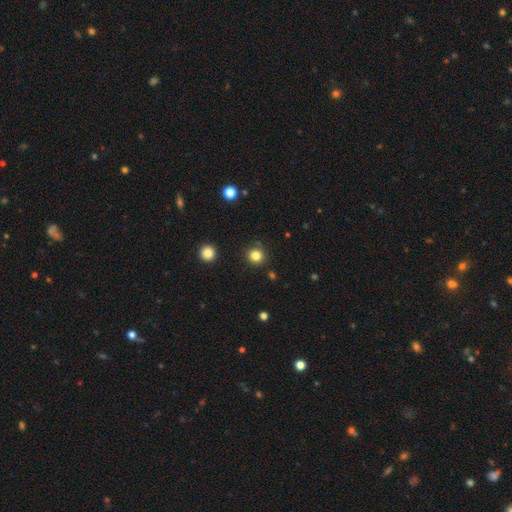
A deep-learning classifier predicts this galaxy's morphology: Smooth or featured? Predicted: smooth (p=0.82). How rounded? Predicted: round (p=0.93). Merging? Predicted: none (p=0.89).